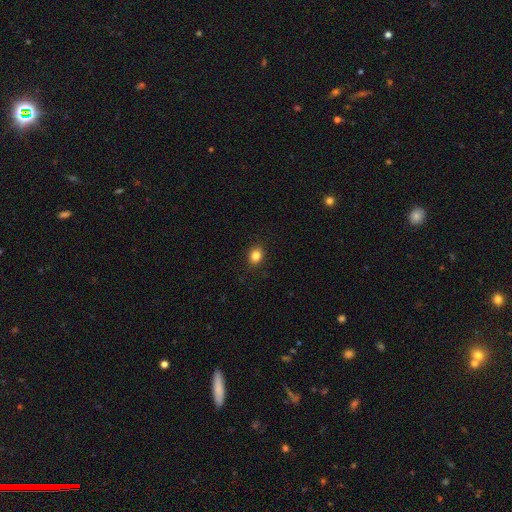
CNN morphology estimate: Smooth or featured?
  - smooth: 84% *
  - star or artifact: 11%
  - featured or disk: 5%
How rounded?
  - round: 53% *
  - in between: 46%
  - cigar-shaped: 1%
Merging?
  - none: 90% *
  - minor disturbance: 8%
  - major disturbance: 2%
  - merger: 1%